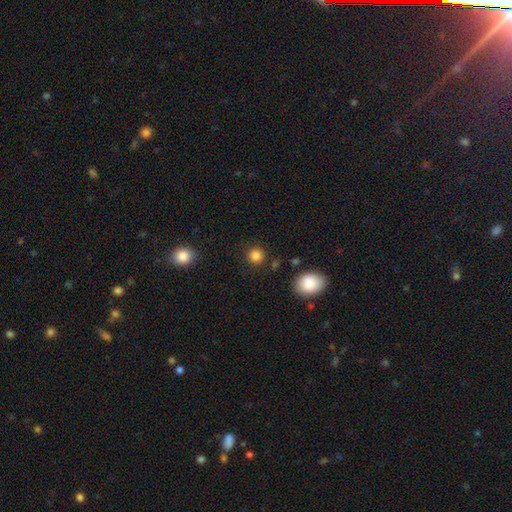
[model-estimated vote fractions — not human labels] smooth 85%, star or artifact 11%, featured or disk 4%. Down the decision tree: how rounded — round (91%); merging — none (86%).